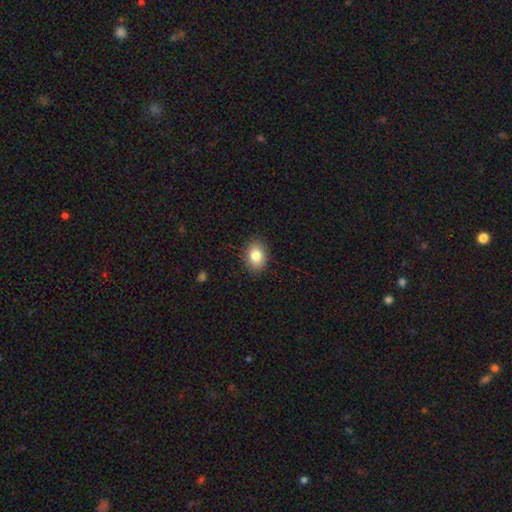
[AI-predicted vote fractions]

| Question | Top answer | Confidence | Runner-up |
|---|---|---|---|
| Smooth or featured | smooth | 82% | featured or disk (9%) |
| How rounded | in between | 71% | round (27%) |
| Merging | none | 87% | minor disturbance (10%) |